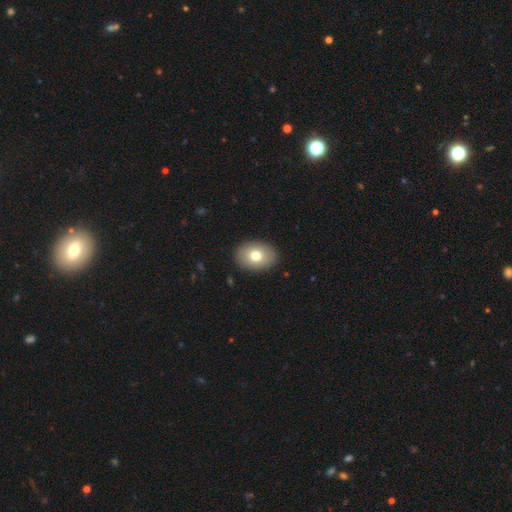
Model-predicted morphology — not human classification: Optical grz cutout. It shows a smooth galaxy with no disk features (76%) that is in between round and cigar-shaped (75%). Merging: none (90%).